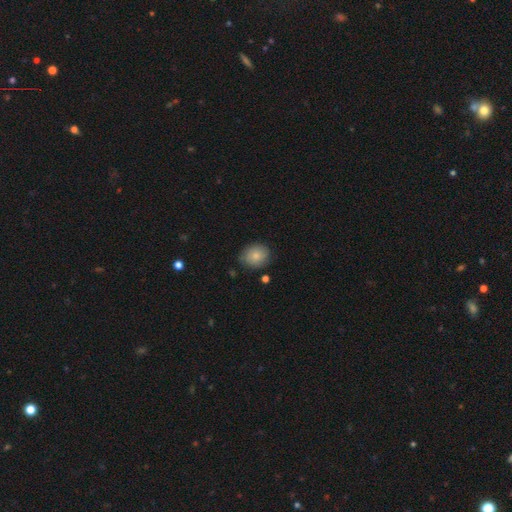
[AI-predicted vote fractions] Morphology: type=smooth (83%); roundness=round (67%); merging=none (81%).